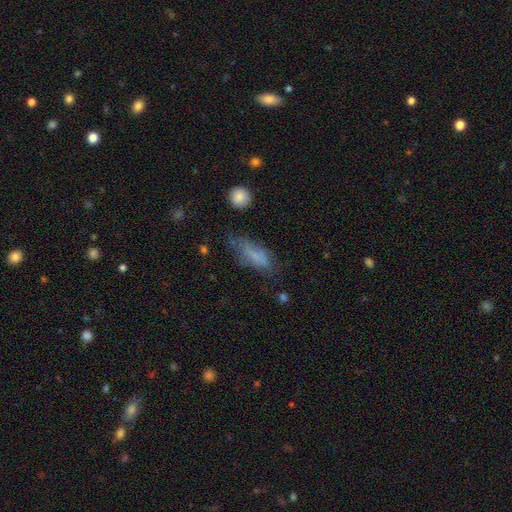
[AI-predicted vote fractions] smooth_or_featured: smooth (p=0.67) [alt: featured or disk p=0.22]
how_rounded: in between (p=0.60) [alt: cigar-shaped p=0.36]
merging: none (p=0.49) [alt: minor disturbance p=0.30]